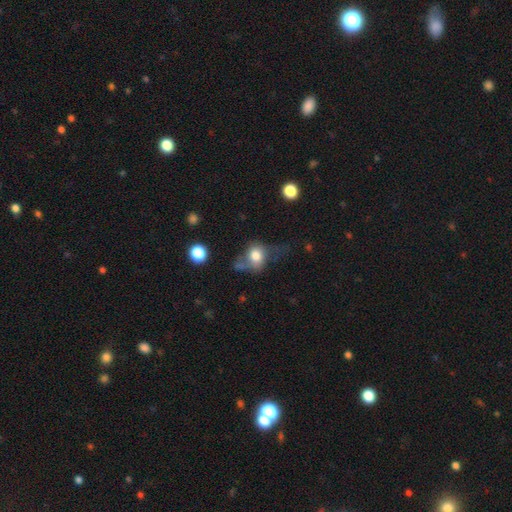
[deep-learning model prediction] A smooth galaxy with no disk features (71%) that is round (55%). Merging: none (33%).